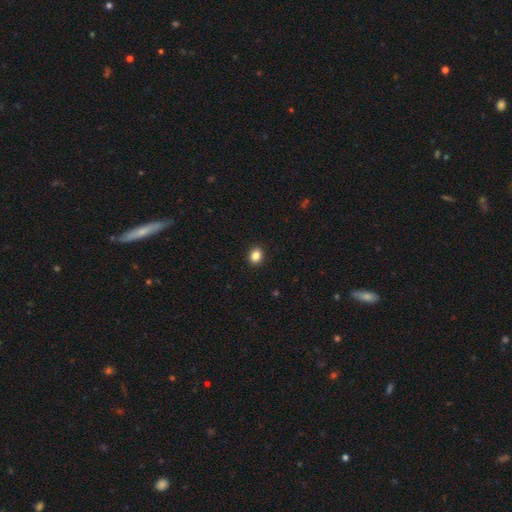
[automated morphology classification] This is clearly a smooth galaxy (86%). How rounded: possibly round (54%). Merging: clearly none (92%).